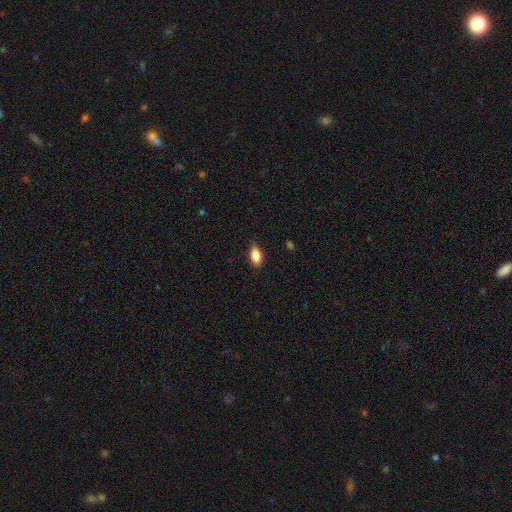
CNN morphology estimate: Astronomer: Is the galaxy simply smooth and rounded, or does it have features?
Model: smooth — 82%.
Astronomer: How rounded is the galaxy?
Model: in between — 87%.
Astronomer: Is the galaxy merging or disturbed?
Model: none — 84%.